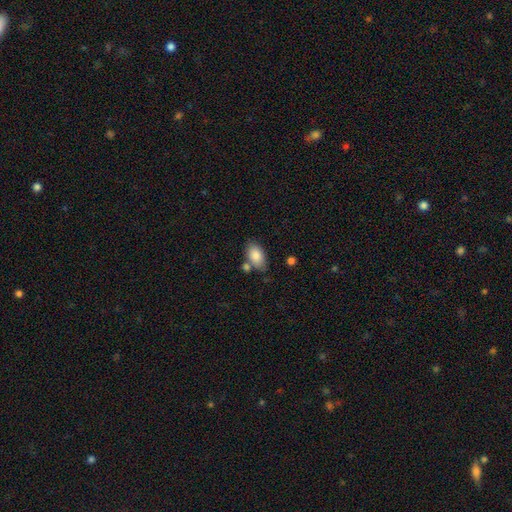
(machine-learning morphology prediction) This is clearly a smooth galaxy (85%). How rounded: clearly in between (92%). Merging: likely none (68%).